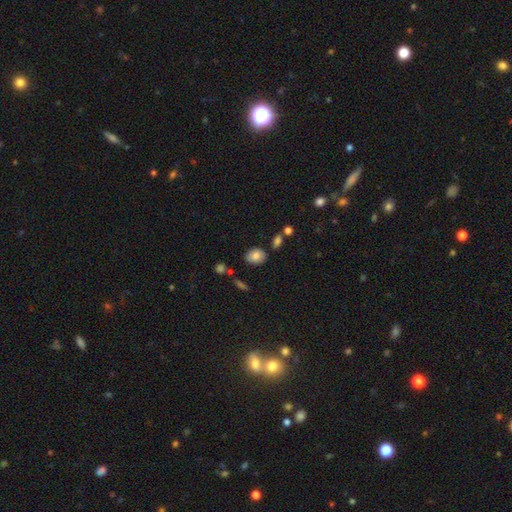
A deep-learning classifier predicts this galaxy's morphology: smooth 79%, featured or disk 13%, star or artifact 8%. Down the decision tree: how rounded — in between (72%); merging — none (78%).